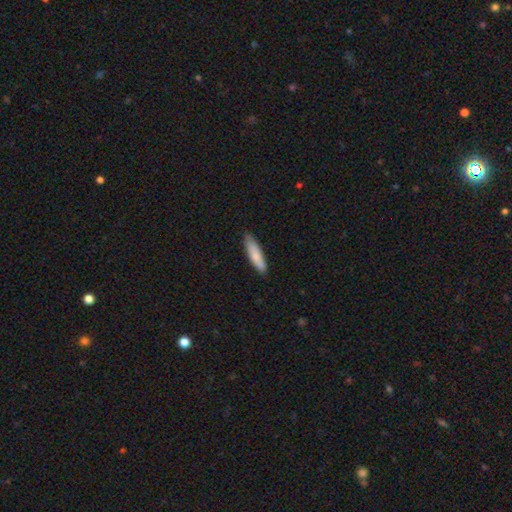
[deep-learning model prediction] smooth-or-featured: smooth: 81% | featured or disk: 14% | star or artifact: 5%
  how-rounded: cigar-shaped: 75% | in between: 24% | round: 1%
  merging: none: 85% | minor disturbance: 12% | major disturbance: 2% | merger: 1%